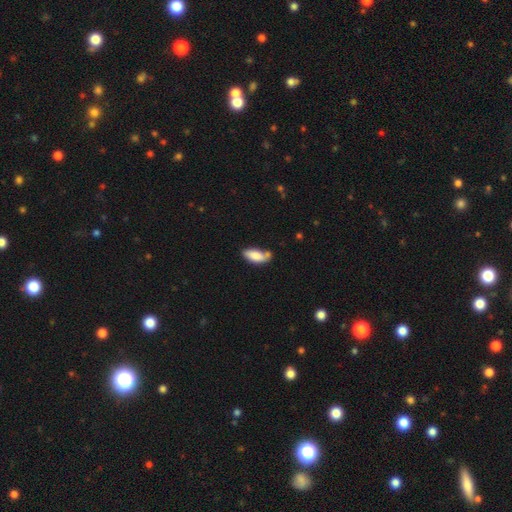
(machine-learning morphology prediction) type=smooth (79%); roundness=in between (84%); merging=none (53%).